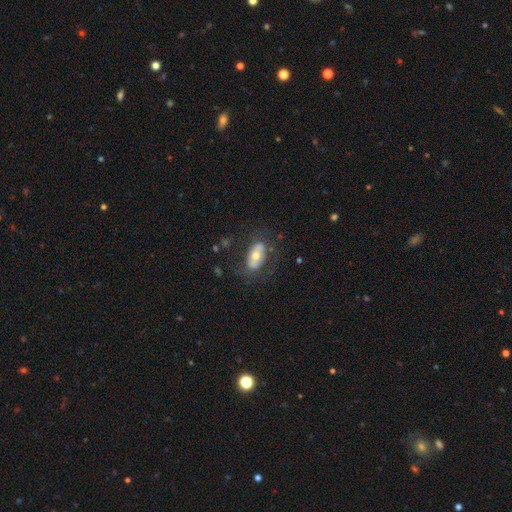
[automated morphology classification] smooth_or_featured: smooth (p=0.51) [alt: featured or disk p=0.42]
how_rounded: in between (p=0.88) [alt: cigar-shaped p=0.06]
merging: none (p=0.69) [alt: minor disturbance p=0.18]